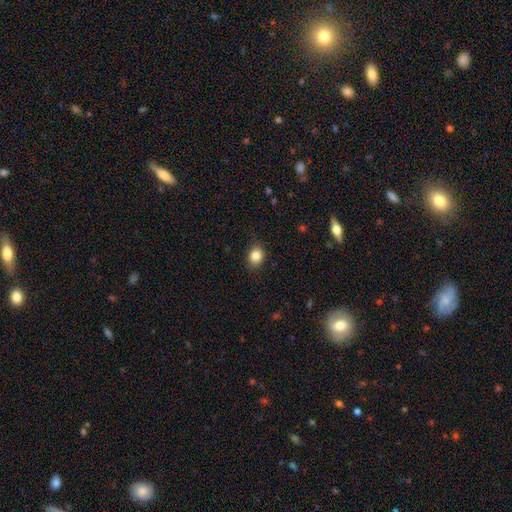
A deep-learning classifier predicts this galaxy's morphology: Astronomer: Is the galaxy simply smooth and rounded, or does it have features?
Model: smooth — 84%.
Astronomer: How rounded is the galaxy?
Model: round — 53% (runner-up: in between, 46%).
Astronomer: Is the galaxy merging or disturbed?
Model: none — 83%.